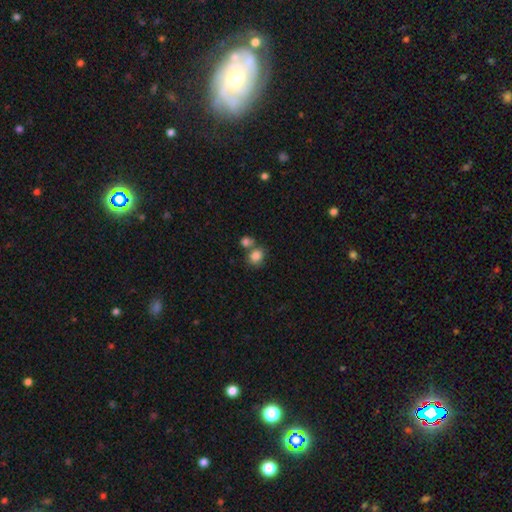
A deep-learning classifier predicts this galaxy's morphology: Smooth or featured? Predicted: smooth (p=0.84). How rounded? Predicted: round (p=0.61). Merging? Predicted: none (p=0.49).